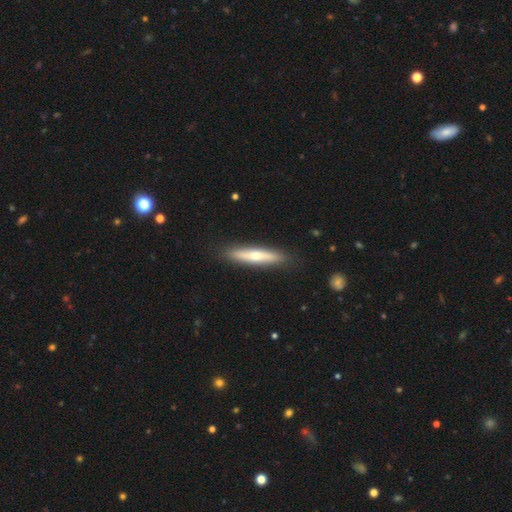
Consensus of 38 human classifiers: Morphology: type=featured or disk (55%); edge-on=yes (76%); edge-on bulge=rounded (88%); merging=none (97%).